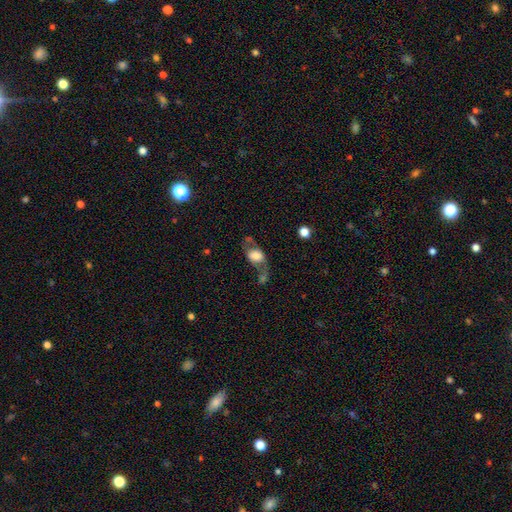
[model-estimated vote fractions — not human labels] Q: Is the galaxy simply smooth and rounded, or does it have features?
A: smooth — 55%.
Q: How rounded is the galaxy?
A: in between — 77%.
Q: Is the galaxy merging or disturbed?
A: none — 32%.